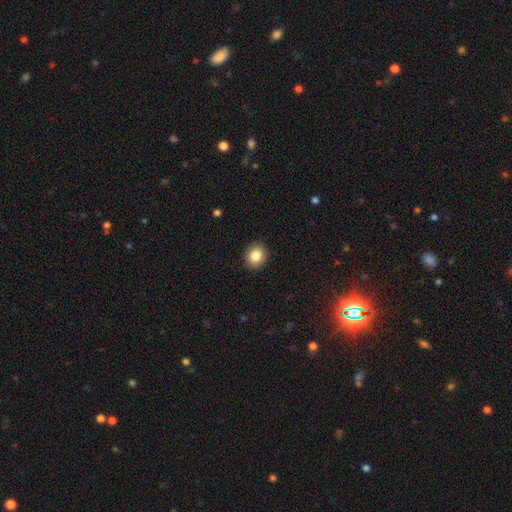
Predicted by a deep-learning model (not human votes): Smooth or featured: smooth — 84% (star or artifact — 9%)
How rounded: round — 70% (in between — 29%)
Merging: none — 91% (minor disturbance — 6%)